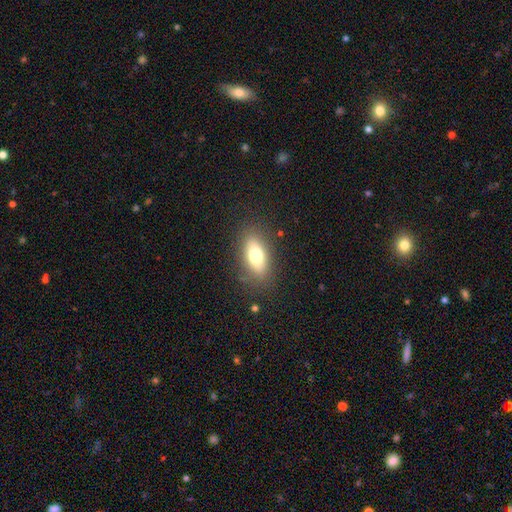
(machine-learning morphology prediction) This appears to be a smooth galaxy with no disk features (72%) that is in between round and cigar-shaped (80%). Merging: none (83%).